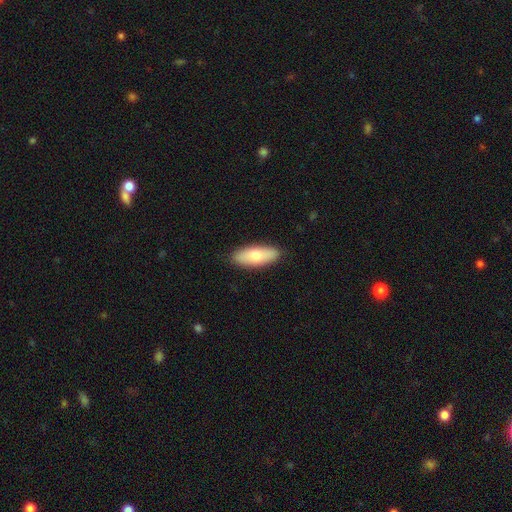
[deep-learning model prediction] Q: Smooth or featured?
A: smooth (73%); runner-up: featured or disk (21%)
Q: How rounded?
A: in between (75%); runner-up: cigar-shaped (22%)
Q: Merging?
A: none (88%); runner-up: minor disturbance (9%)